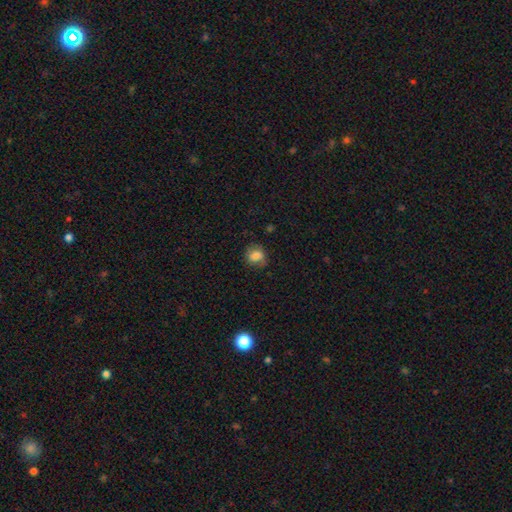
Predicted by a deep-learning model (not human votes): The model was most divided on "how rounded": round: 58%, in between: 41%, cigar-shaped: 1%. More confident: smooth or featured — smooth (80%); merging — none (70%).